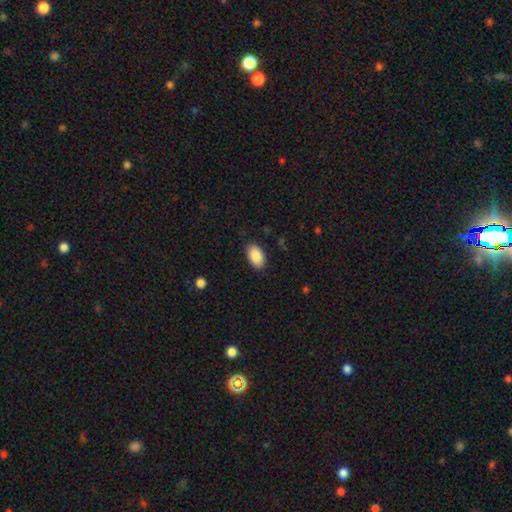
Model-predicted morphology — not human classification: smooth-or-featured: smooth: 89% | star or artifact: 7% | featured or disk: 5%
  how-rounded: in between: 94% | round: 5% | cigar-shaped: 1%
  merging: none: 87% | minor disturbance: 9% | major disturbance: 2% | merger: 1%